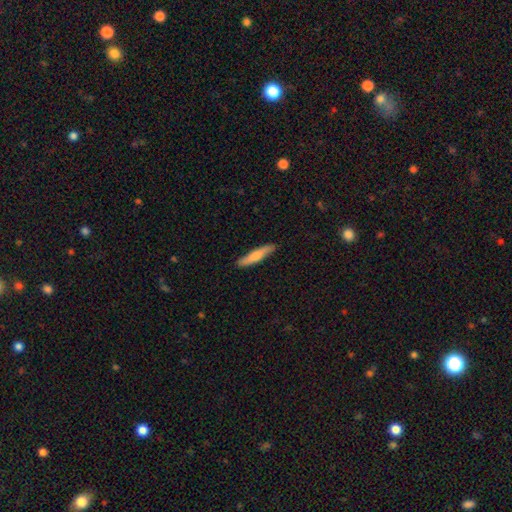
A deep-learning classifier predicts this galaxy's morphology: A smooth galaxy with no disk features (68%) that is cigar-shaped (87%).

Vote fractions:
- Smooth or featured? smooth: 68% / featured or disk: 27% / star or artifact: 5%
- How rounded? cigar-shaped: 87% / in between: 11% / round: 1%
- Merging? none: 88% / minor disturbance: 9% / major disturbance: 2% / merger: 1%